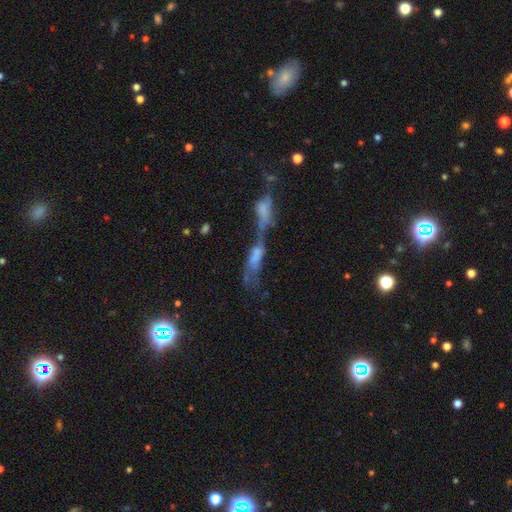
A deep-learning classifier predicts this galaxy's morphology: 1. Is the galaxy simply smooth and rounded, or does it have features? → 47% featured or disk, 33% smooth, 20% star or artifact.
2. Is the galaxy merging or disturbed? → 75% merger, 11% major disturbance, 9% none, 5% minor disturbance.